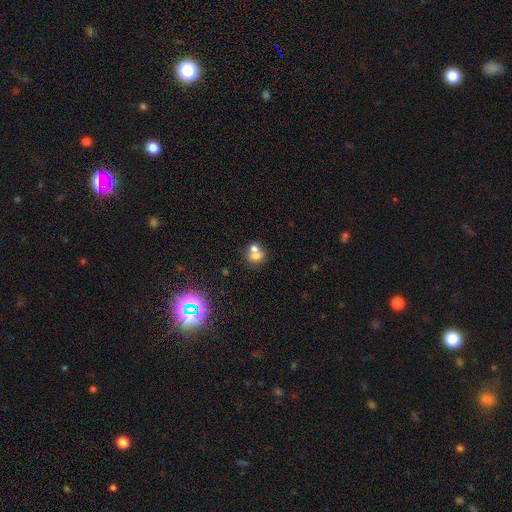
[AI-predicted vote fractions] smooth_or_featured: smooth (p=0.68) [alt: featured or disk p=0.18]
how_rounded: round (p=0.67) [alt: in between p=0.32]
merging: merger (p=0.55) [alt: none p=0.33]